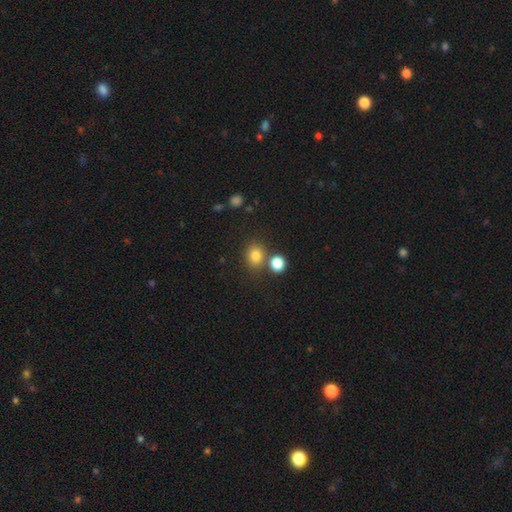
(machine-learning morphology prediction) Smooth or featured?
  - smooth: 80% *
  - star or artifact: 13%
  - featured or disk: 7%
How rounded?
  - round: 63% *
  - in between: 36%
  - cigar-shaped: 1%
Merging?
  - none: 67% *
  - merger: 20%
  - minor disturbance: 10%
  - major disturbance: 4%